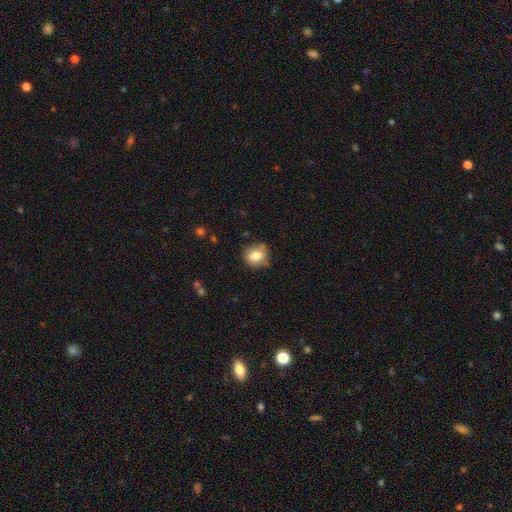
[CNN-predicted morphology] Smooth or featured? smooth (78%)
How rounded? round (76%)
Merging? none (75%)